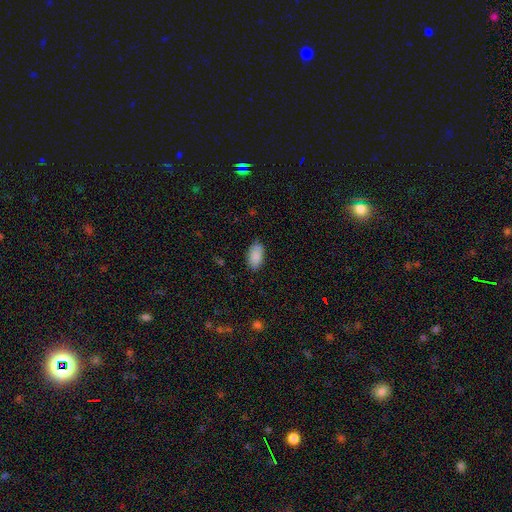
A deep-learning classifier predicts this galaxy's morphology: Q: Smooth or featured?
A: smooth (89%); runner-up: star or artifact (7%)
Q: How rounded?
A: in between (94%); runner-up: round (3%)
Q: Merging?
A: none (84%); runner-up: minor disturbance (13%)